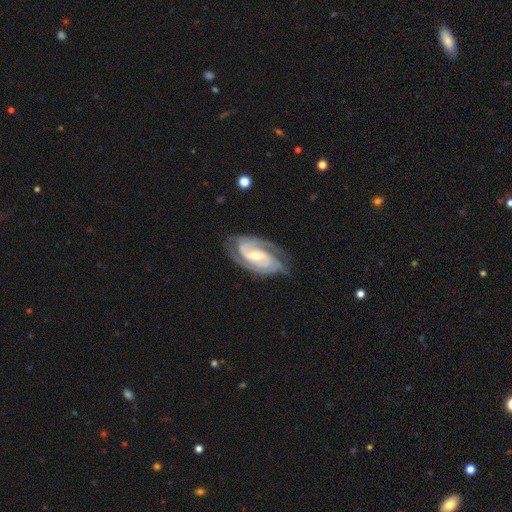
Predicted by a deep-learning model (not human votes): Smooth or featured? Predicted: featured or disk (p=0.91). Edge-on disk? Predicted: no (p=0.97). Bar? Predicted: weak (p=0.48). Spiral arms? Predicted: yes (p=0.98). Spiral winding? Predicted: tight (p=0.49). Spiral arm count? Predicted: 2 (p=0.72). Bulge size? Predicted: small (p=0.50). Merging? Predicted: none (p=0.74).